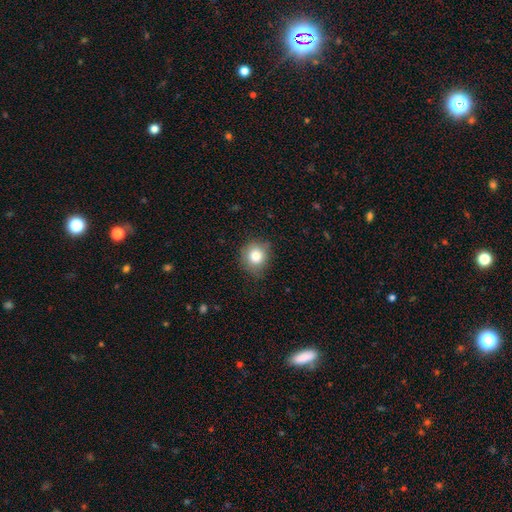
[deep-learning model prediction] The model was most divided on "merging": none: 77%, minor disturbance: 18%, major disturbance: 4%, merger: 1%. More confident: how rounded — round (86%); smooth or featured — smooth (82%).